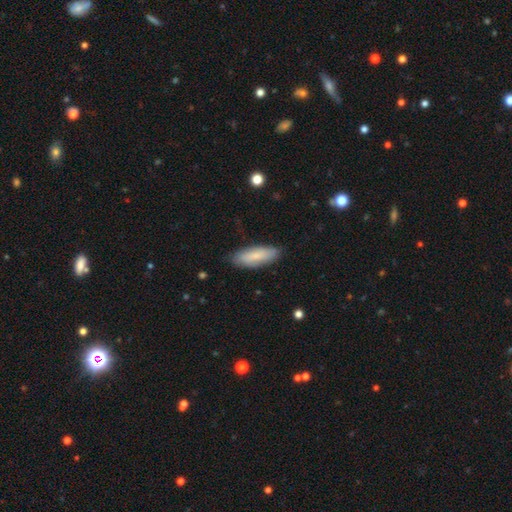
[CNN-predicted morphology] Smooth or featured?
  - smooth: 76% *
  - featured or disk: 18%
  - star or artifact: 6%
How rounded?
  - in between: 61% *
  - cigar-shaped: 37%
  - round: 2%
Merging?
  - none: 83% *
  - minor disturbance: 13%
  - major disturbance: 2%
  - merger: 1%